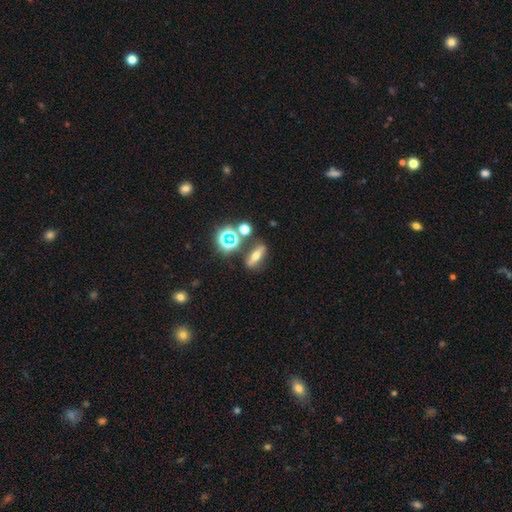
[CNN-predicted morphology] A smooth galaxy with no disk features (47%).

Vote fractions:
- Smooth or featured? smooth: 47% / featured or disk: 31% / star or artifact: 22%
- Merging? none: 78% / minor disturbance: 10% / merger: 8% / major disturbance: 4%